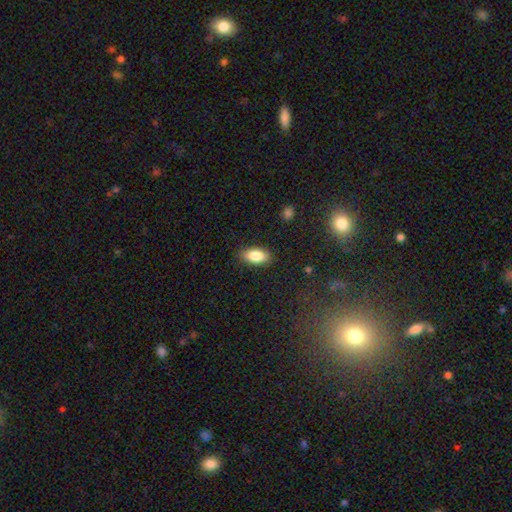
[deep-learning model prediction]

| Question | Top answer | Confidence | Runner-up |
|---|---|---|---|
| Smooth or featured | smooth | 85% | featured or disk (8%) |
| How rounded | in between | 90% | cigar-shaped (6%) |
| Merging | none | 85% | minor disturbance (11%) |